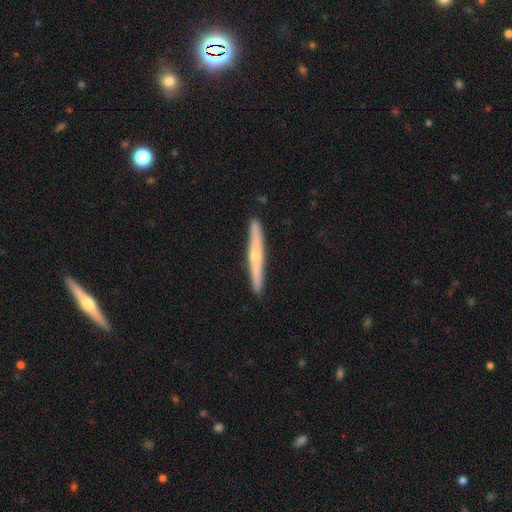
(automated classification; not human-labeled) Smooth or featured: featured or disk — 63% (smooth — 31%)
Edge-on disk: yes — 96% (no — 4%)
Edge-on bulge: rounded — 72% (none — 25%)
Merging: none — 91% (minor disturbance — 6%)